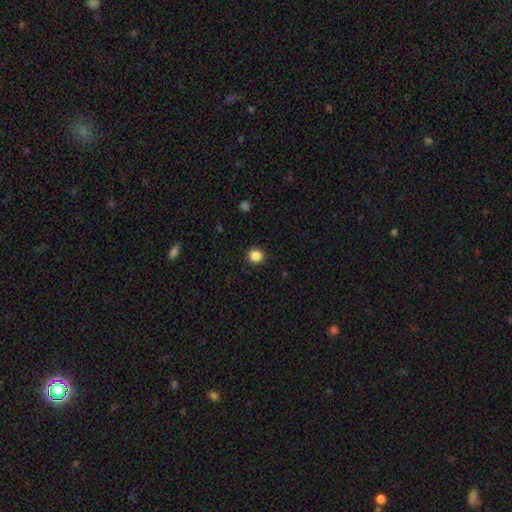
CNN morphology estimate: A smooth galaxy with no disk features (86%) that is round (89%).

Vote fractions:
- Smooth or featured? smooth: 86% / star or artifact: 11% / featured or disk: 3%
- How rounded? round: 89% / in between: 10% / cigar-shaped: 1%
- Merging? none: 92% / minor disturbance: 6% / major disturbance: 2% / merger: 1%